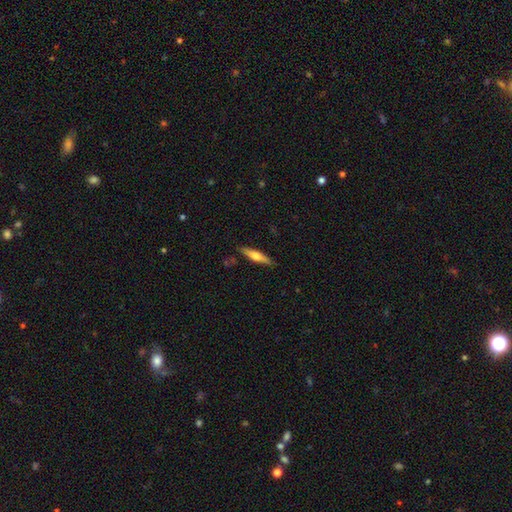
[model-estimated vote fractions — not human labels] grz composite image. It shows a featured or disk galaxy (51%) viewed edge-on (95%). Merging: none (87%).